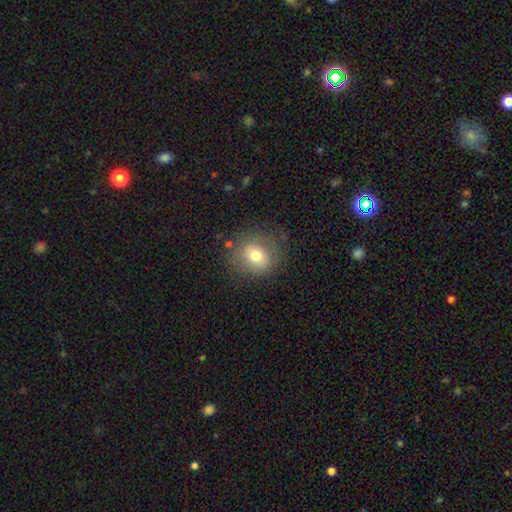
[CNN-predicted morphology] Overall: smooth (70%). How rounded: round (73%). Merging: none (76%).